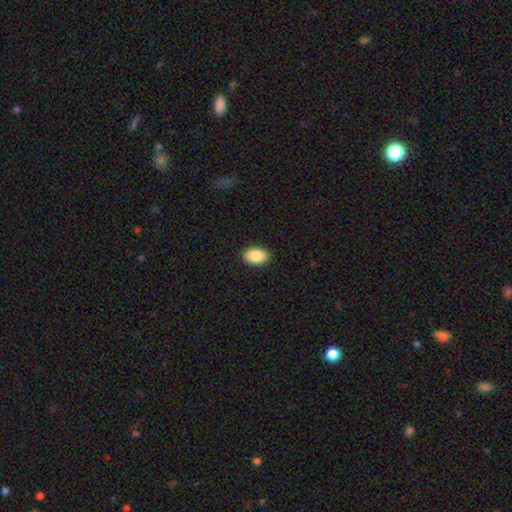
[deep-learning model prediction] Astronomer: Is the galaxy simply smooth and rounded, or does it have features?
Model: smooth — 86%.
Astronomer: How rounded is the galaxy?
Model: in between — 89%.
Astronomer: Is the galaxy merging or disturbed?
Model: none — 90%.